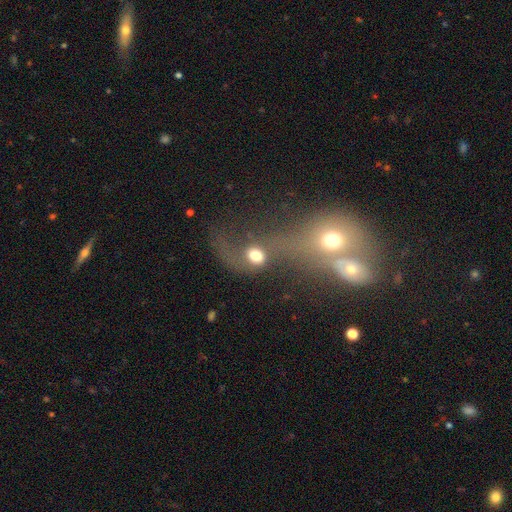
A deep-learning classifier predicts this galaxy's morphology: type=smooth (54%); roundness=round (62%); merging=merger (39%).